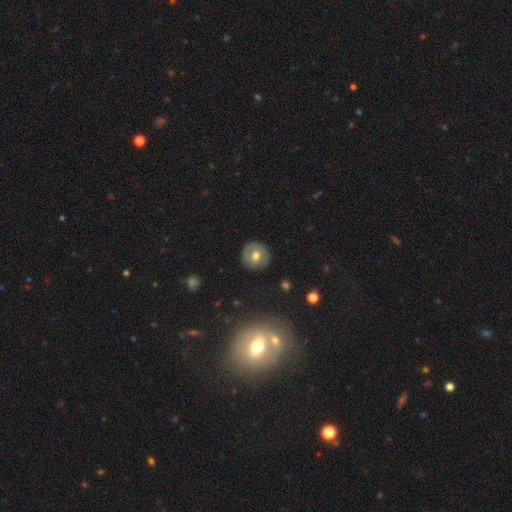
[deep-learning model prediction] Smooth or featured: smooth — 57% (featured or disk — 34%)
How rounded: round — 90% (in between — 9%)
Merging: none — 86% (minor disturbance — 10%)